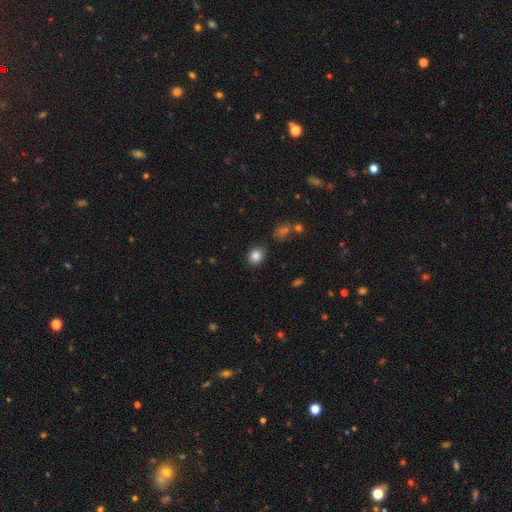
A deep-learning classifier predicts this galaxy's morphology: type=smooth (85%); roundness=round (55%); merging=none (83%).